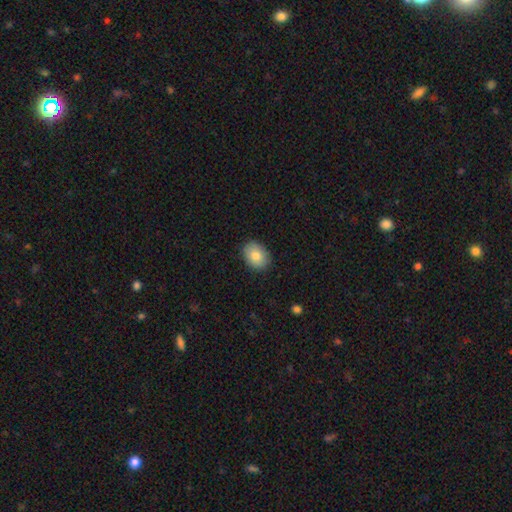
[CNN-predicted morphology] Q: Smooth or featured?
A: smooth (81%); runner-up: featured or disk (12%)
Q: How rounded?
A: in between (66%); runner-up: round (33%)
Q: Merging?
A: none (88%); runner-up: minor disturbance (9%)